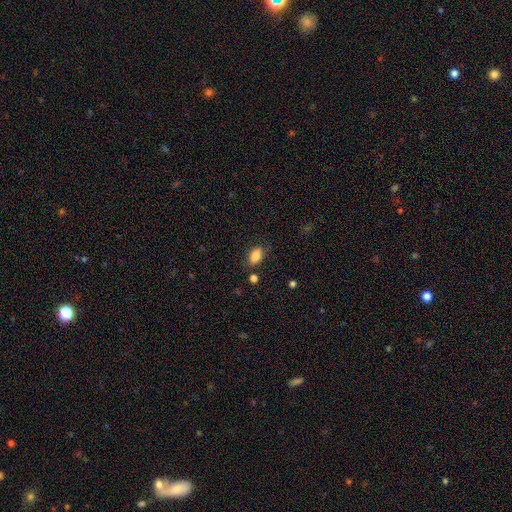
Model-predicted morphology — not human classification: This appears to be a smooth galaxy with no disk features (82%) that is in between round and cigar-shaped (88%). Merging: none (79%).